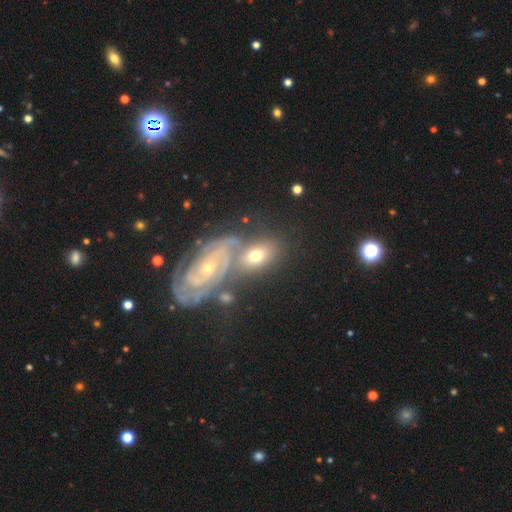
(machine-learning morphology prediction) The model was most divided on "bulge size": small: 53%, moderate: 40%, large: 4%, none: 2%, dominant: 1%. Remaining: edge-on disk — no (93%); spiral arms — yes (88%); bar — no (64%); smooth or featured — featured or disk (54%); merging — none (47%).